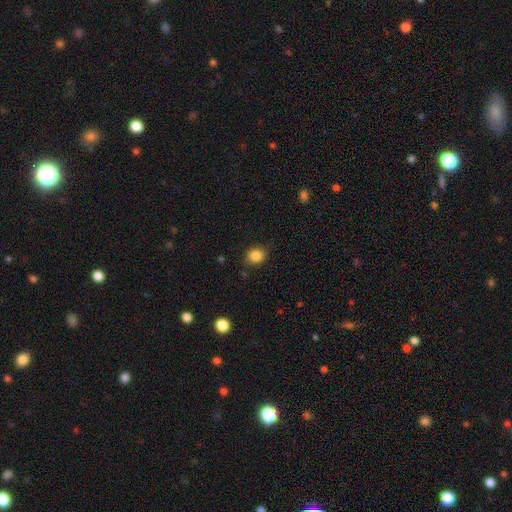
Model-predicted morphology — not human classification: smooth-or-featured: smooth: 86% | star or artifact: 10% | featured or disk: 4%
  how-rounded: round: 64% | in between: 36% | cigar-shaped: 1%
  merging: none: 82% | minor disturbance: 13% | major disturbance: 3% | merger: 2%